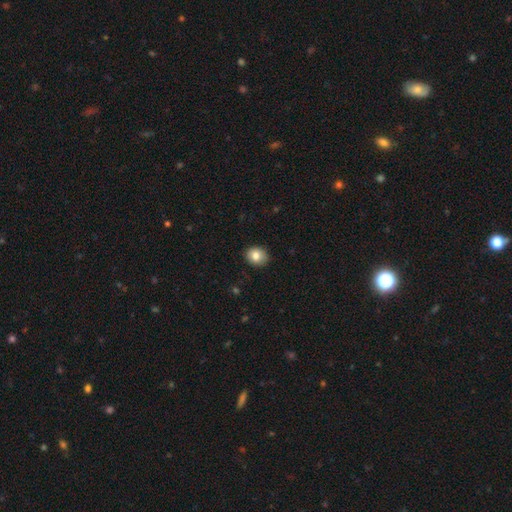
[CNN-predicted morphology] Overall: smooth (83%). How rounded: round (64%; in between 35%). Merging: none (89%).